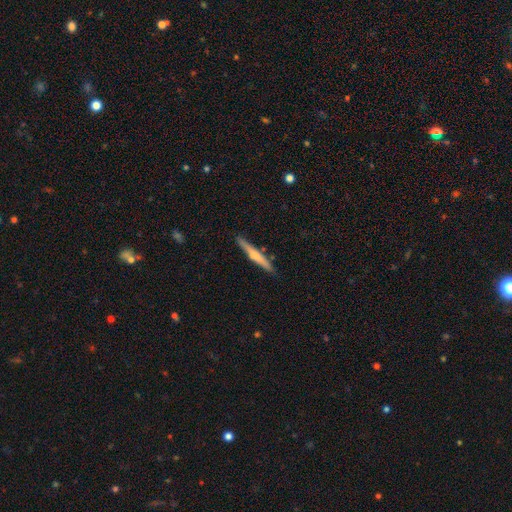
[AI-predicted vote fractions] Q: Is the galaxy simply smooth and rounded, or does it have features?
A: smooth — 53%.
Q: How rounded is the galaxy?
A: cigar-shaped — 95%.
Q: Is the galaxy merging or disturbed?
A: none — 85%.